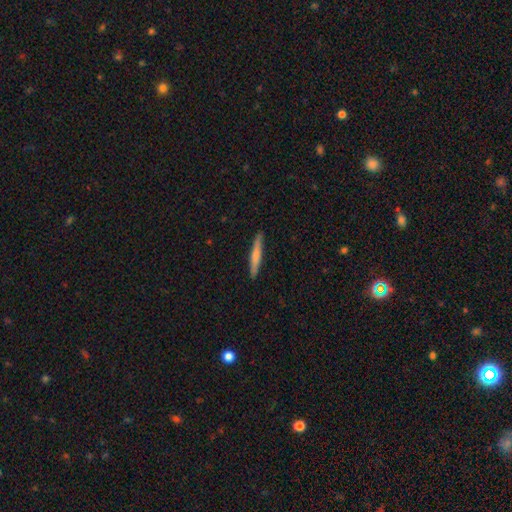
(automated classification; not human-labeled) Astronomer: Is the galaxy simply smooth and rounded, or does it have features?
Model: smooth — 62%.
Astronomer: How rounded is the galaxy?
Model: cigar-shaped — 95%.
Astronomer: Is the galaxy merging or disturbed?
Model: none — 90%.